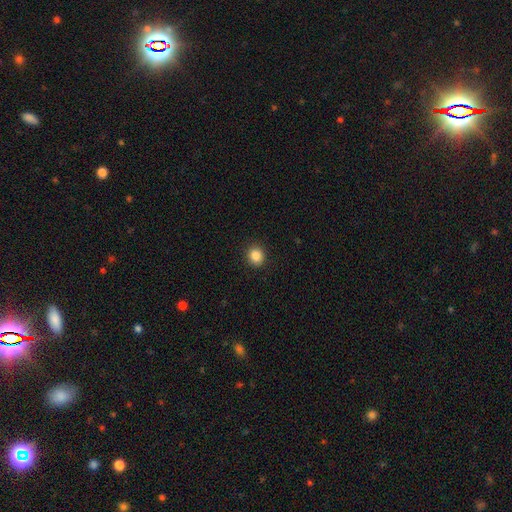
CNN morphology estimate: The model was most divided on "how rounded": round: 84%, in between: 15%, cigar-shaped: 1%. More confident: merging — none (92%); smooth or featured — smooth (86%).